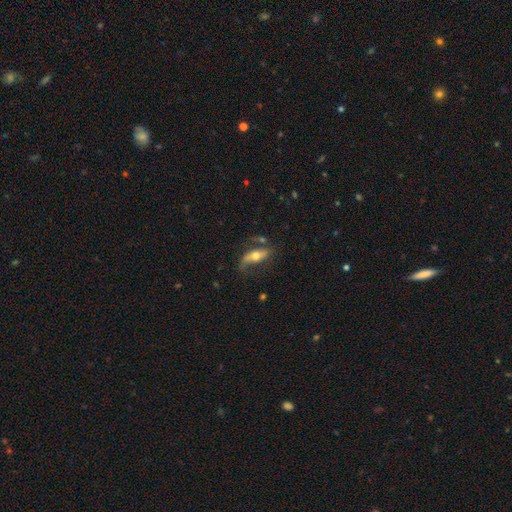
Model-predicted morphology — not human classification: This is possibly a featured or disk galaxy (59%). It is likely not viewed edge-on (68%). Merging: possibly none (56%).